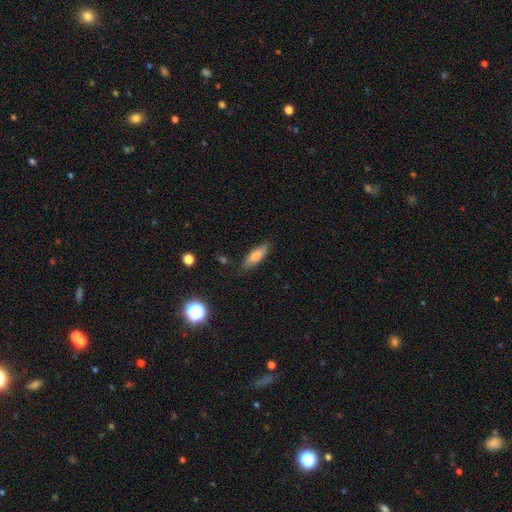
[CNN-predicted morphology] smooth 75%, featured or disk 18%, star or artifact 7%. Down the decision tree: how rounded — cigar-shaped (54%); merging — none (81%).